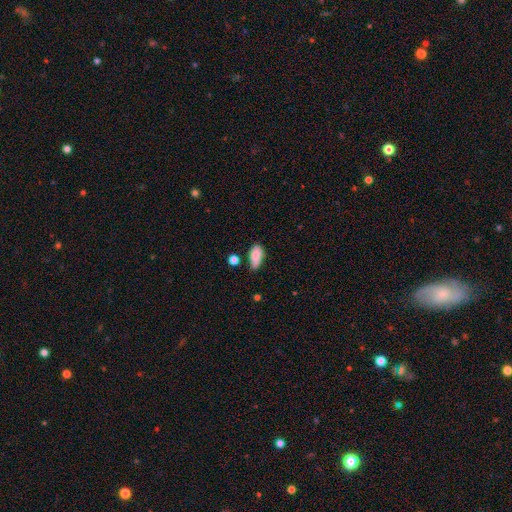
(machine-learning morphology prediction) This appears to be a smooth galaxy with no disk features (82%) that is in between round and cigar-shaped (89%). Merging: none (45%).